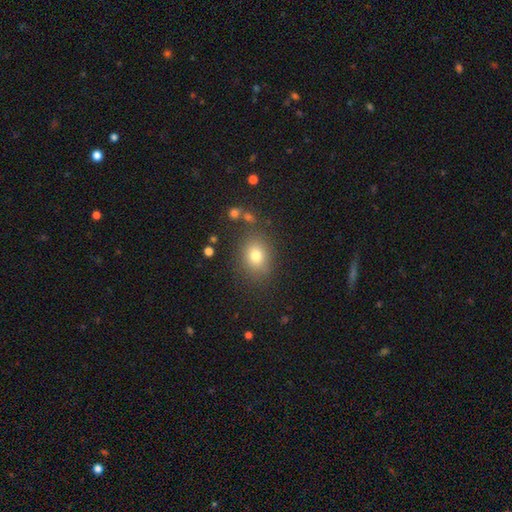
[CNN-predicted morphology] smooth-or-featured: smooth: 78% | star or artifact: 13% | featured or disk: 9%
  how-rounded: in between: 50% | round: 48% | cigar-shaped: 1%
  merging: none: 81% | minor disturbance: 11% | major disturbance: 4% | merger: 3%